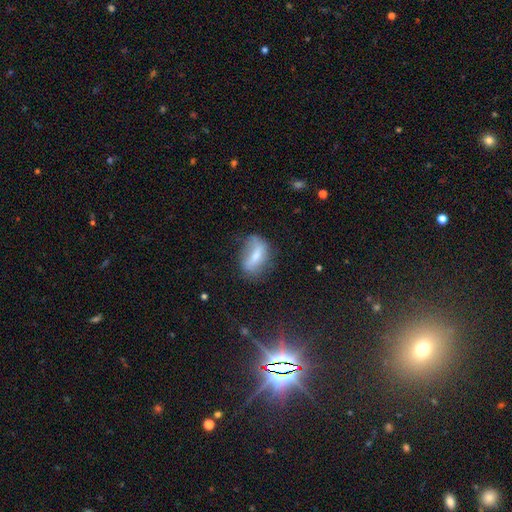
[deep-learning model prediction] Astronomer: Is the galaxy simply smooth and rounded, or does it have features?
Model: smooth — 55% (runner-up: featured or disk, 36%).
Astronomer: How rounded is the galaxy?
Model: in between — 76%.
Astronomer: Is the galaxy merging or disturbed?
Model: none — 51% (runner-up: minor disturbance, 29%).